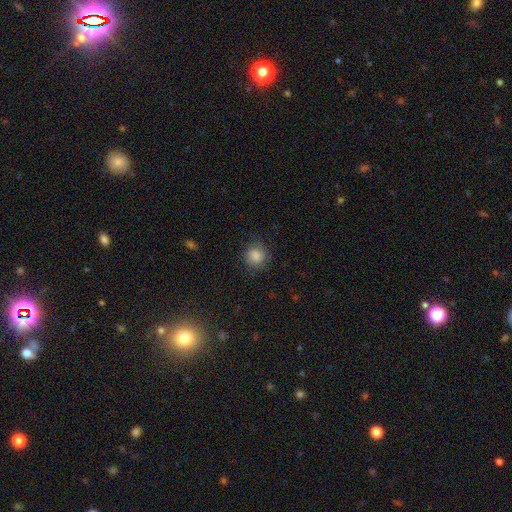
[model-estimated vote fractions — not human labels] This is clearly a smooth galaxy (83%). How rounded: clearly round (89%). Merging: clearly none (81%).